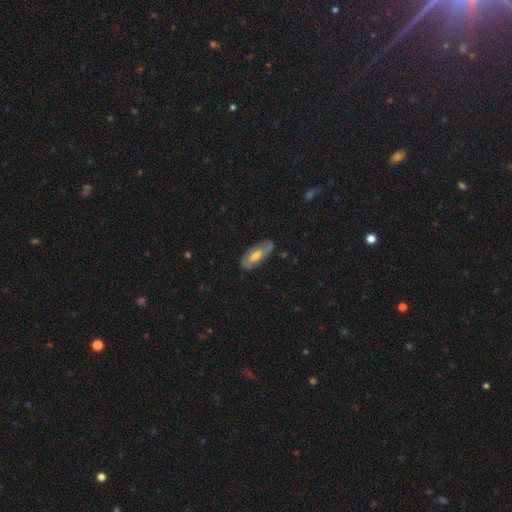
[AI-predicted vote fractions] smooth-or-featured: featured or disk: 59% | smooth: 35% | star or artifact: 6%
  disk-edge-on: no: 84% | yes: 16%
  merging: none: 77% | minor disturbance: 17% | major disturbance: 4% | merger: 2%